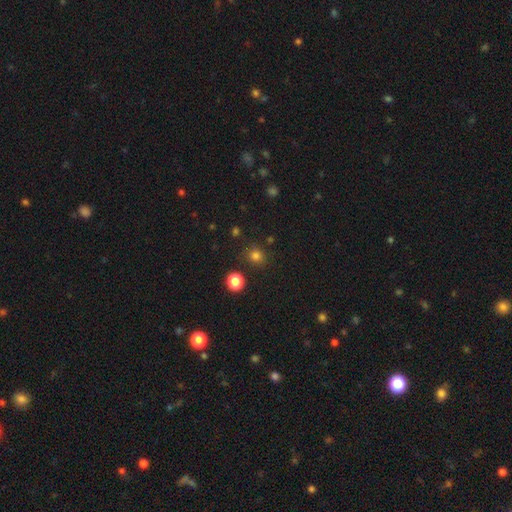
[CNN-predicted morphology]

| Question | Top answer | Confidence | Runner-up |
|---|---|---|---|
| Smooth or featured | smooth | 79% | star or artifact (17%) |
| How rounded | round | 85% | in between (14%) |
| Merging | none | 84% | minor disturbance (9%) |